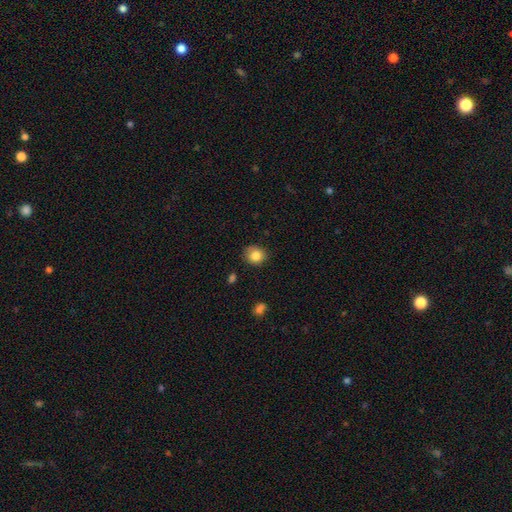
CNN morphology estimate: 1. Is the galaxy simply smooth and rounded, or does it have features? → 84% smooth, 10% star or artifact, 7% featured or disk.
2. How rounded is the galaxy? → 75% round, 24% in between, 1% cigar-shaped.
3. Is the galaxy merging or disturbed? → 82% none, 14% minor disturbance, 3% major disturbance, 1% merger.